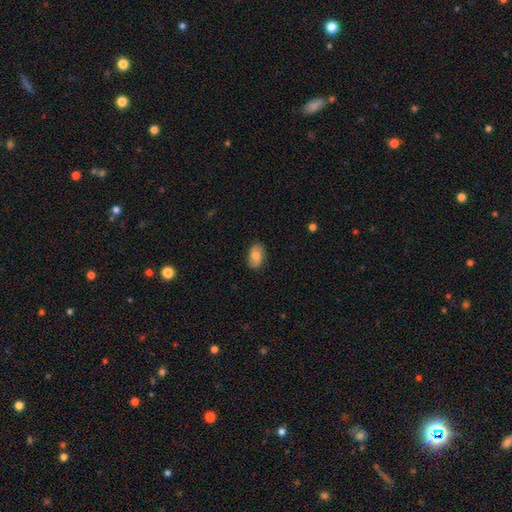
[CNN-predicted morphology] Smooth or featured? smooth (69%)
How rounded? in between (89%)
Merging? none (84%)